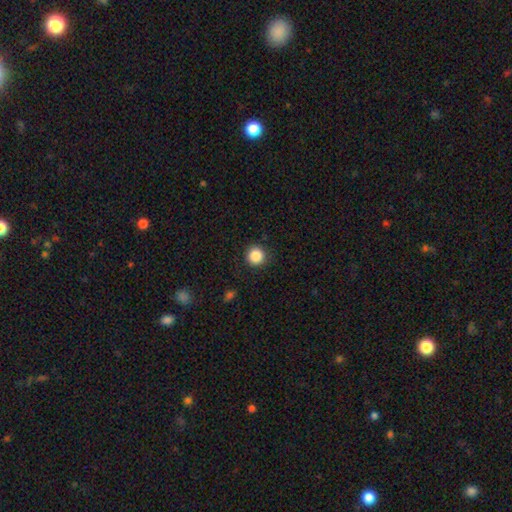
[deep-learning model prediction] smooth 87%, star or artifact 10%, featured or disk 3%. Down the decision tree: how rounded — round (95%); merging — none (90%).